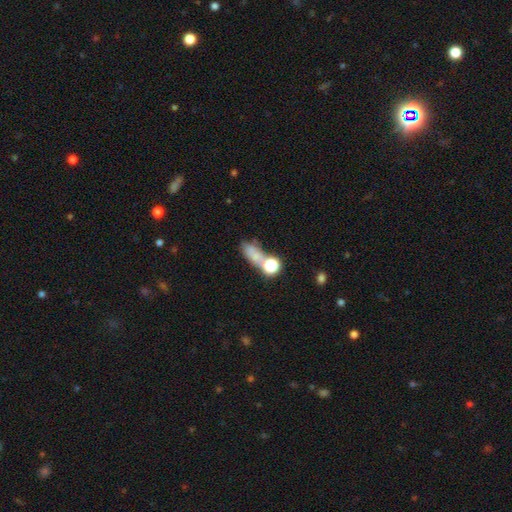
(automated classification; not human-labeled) A smooth galaxy with no disk features (64%) that is in between round and cigar-shaped (62%). Merging: none (42%).